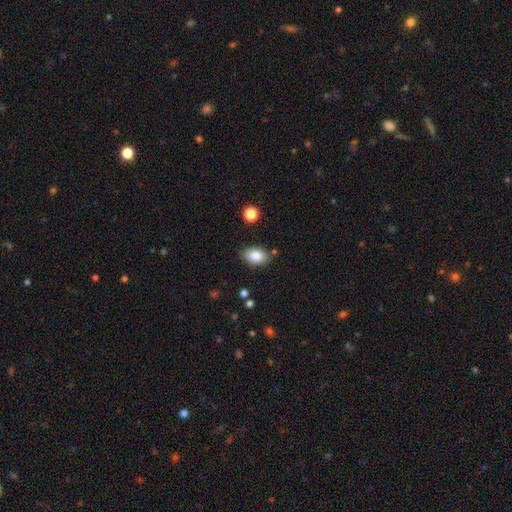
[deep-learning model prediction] This appears to be a smooth galaxy with no disk features (83%) that is in between round and cigar-shaped (84%). Merging: none (83%).